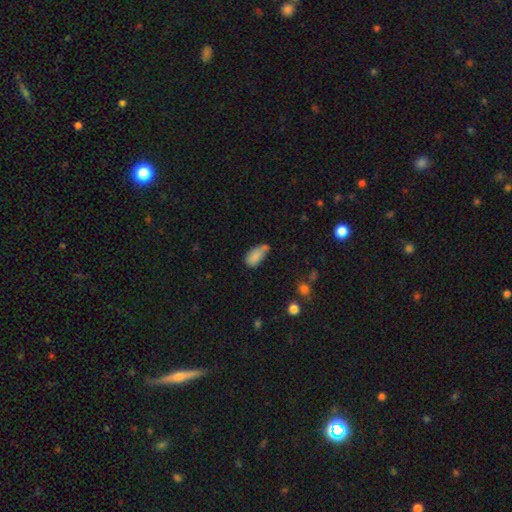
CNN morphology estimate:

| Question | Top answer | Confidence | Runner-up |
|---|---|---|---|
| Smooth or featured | smooth | 83% | star or artifact (9%) |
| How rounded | in between | 91% | cigar-shaped (5%) |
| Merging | none | 42% | minor disturbance (33%) |